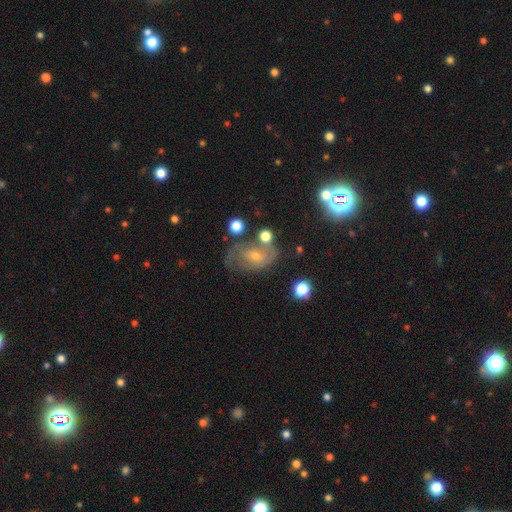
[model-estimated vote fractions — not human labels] Smooth or featured? featured or disk (55%)
Edge-on disk? no (95%)
Bar? no (59%)
Spiral arms? yes (74%)
Bulge size? small (65%)
Merging? none (53%)